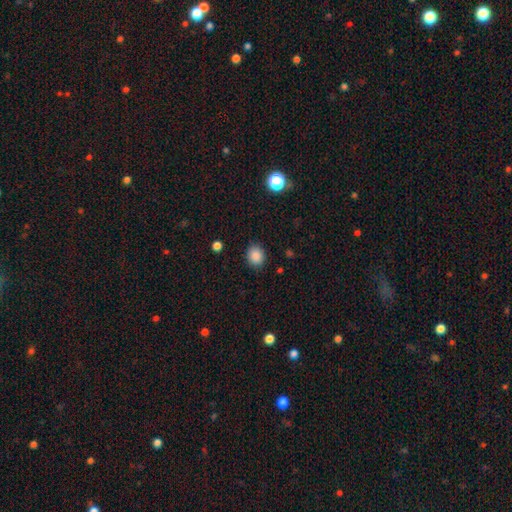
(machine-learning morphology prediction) Smooth or featured: smooth — 87% (star or artifact — 10%)
How rounded: round — 65% (in between — 34%)
Merging: none — 87% (minor disturbance — 9%)